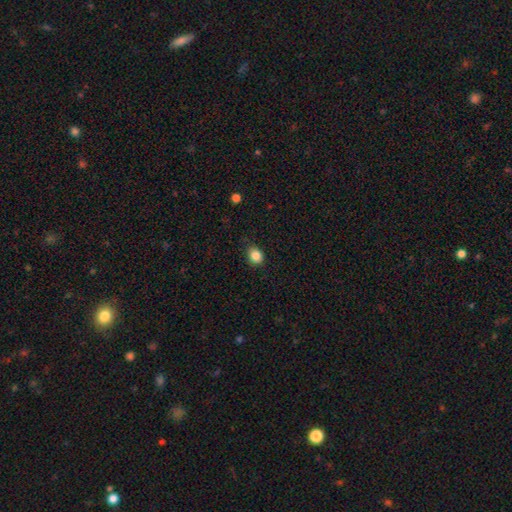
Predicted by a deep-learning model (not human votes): This appears to be a smooth galaxy with no disk features (85%) that is round (56%). Merging: none (84%).